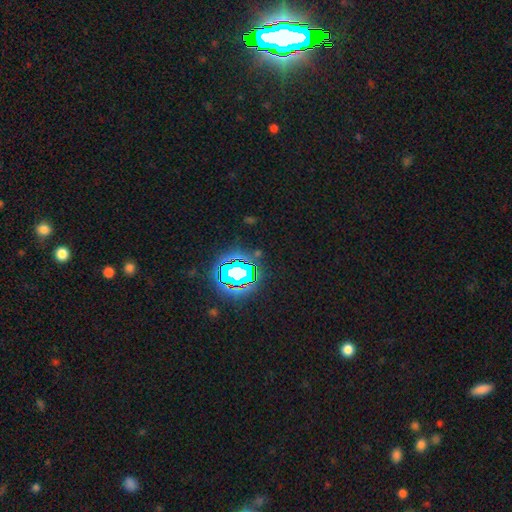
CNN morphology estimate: Smooth or featured: star or artifact — 75% (smooth — 15%)